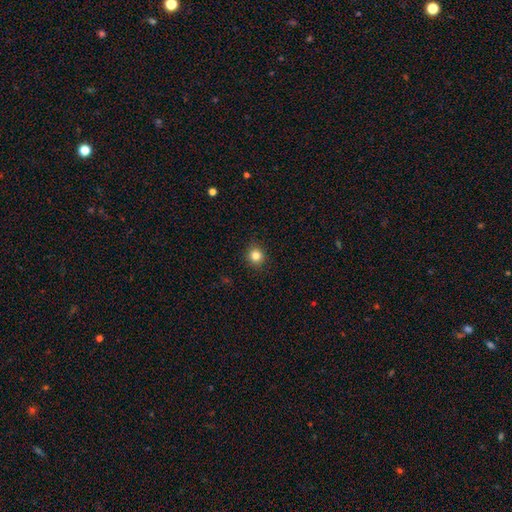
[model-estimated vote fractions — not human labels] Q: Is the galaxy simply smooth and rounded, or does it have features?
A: smooth — 83%.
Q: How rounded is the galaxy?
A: round — 88%.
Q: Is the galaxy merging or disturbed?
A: none — 91%.